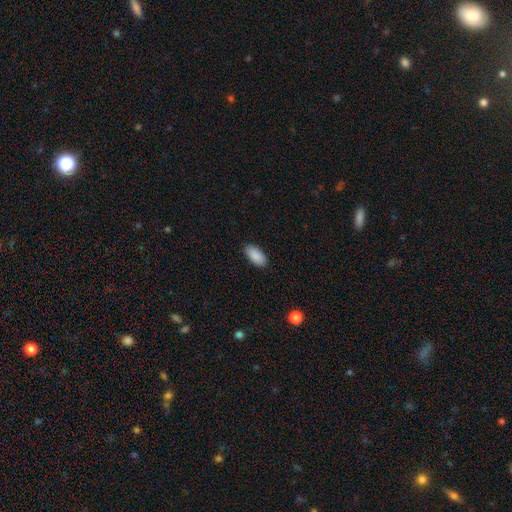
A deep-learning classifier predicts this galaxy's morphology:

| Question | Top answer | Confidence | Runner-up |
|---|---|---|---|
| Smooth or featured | smooth | 90% | star or artifact (6%) |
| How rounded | in between | 94% | cigar-shaped (4%) |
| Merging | none | 89% | minor disturbance (8%) |